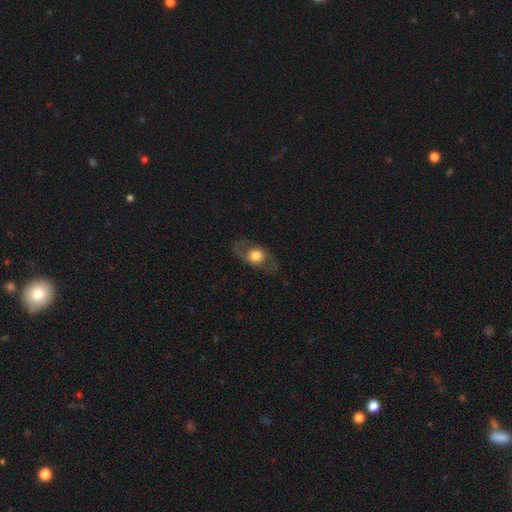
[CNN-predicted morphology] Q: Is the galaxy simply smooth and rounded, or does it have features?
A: featured or disk — 51%.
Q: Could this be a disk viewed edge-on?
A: no — 79%.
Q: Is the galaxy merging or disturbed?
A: none — 77%.